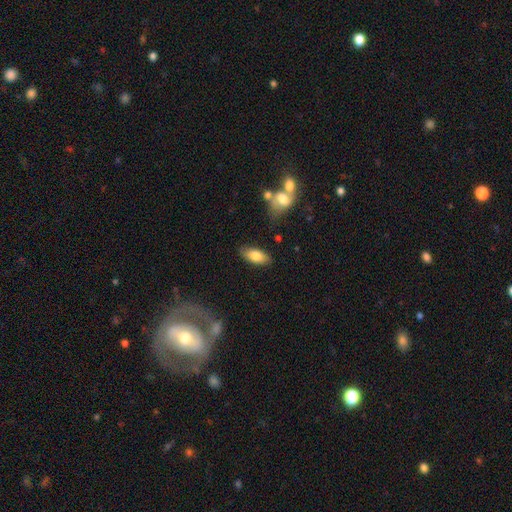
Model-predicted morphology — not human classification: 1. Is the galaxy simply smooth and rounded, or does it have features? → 79% smooth, 14% featured or disk, 7% star or artifact.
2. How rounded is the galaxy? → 88% in between, 9% cigar-shaped, 3% round.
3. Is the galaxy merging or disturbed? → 82% none, 12% minor disturbance, 3% merger, 3% major disturbance.